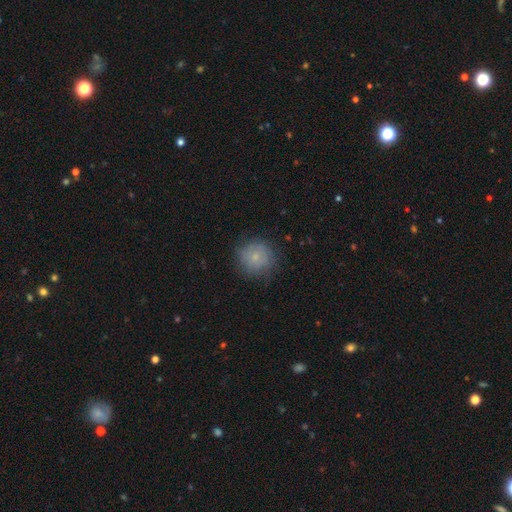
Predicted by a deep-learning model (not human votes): Smooth or featured?
  - smooth: 75% *
  - featured or disk: 14%
  - star or artifact: 11%
How rounded?
  - round: 92% *
  - in between: 7%
  - cigar-shaped: 1%
Merging?
  - none: 80% *
  - minor disturbance: 14%
  - major disturbance: 5%
  - merger: 1%